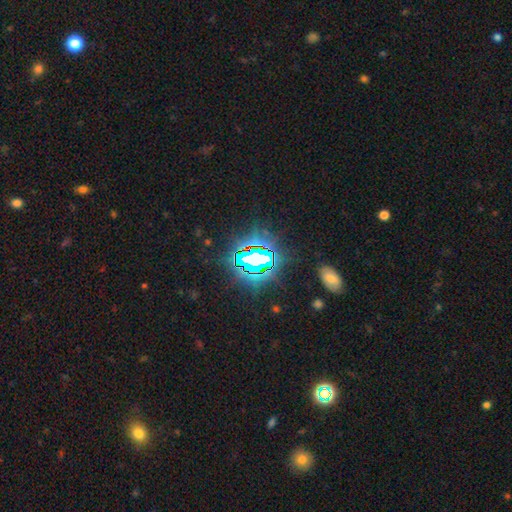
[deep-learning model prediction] This appears to be a star or artifact, not a galaxy (80%).